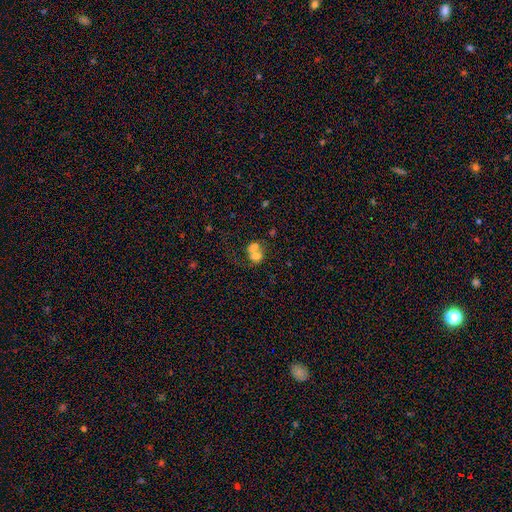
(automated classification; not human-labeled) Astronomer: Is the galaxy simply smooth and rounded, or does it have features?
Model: smooth — 66%.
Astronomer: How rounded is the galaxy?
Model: round — 54% (runner-up: in between, 45%).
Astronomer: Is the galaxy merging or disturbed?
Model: merger — 68%.